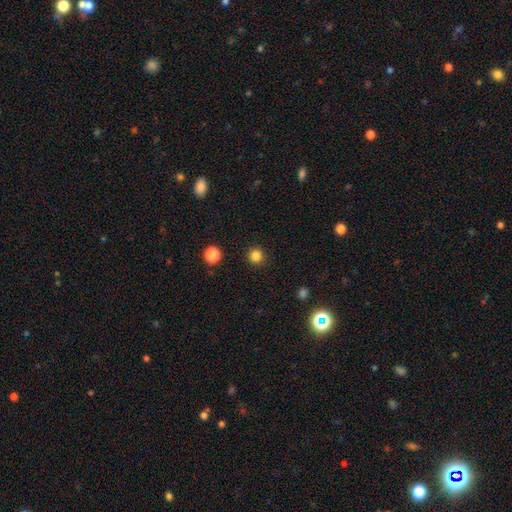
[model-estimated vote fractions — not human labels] This appears to be a smooth galaxy with no disk features (83%) that is round (95%). Merging: none (92%).